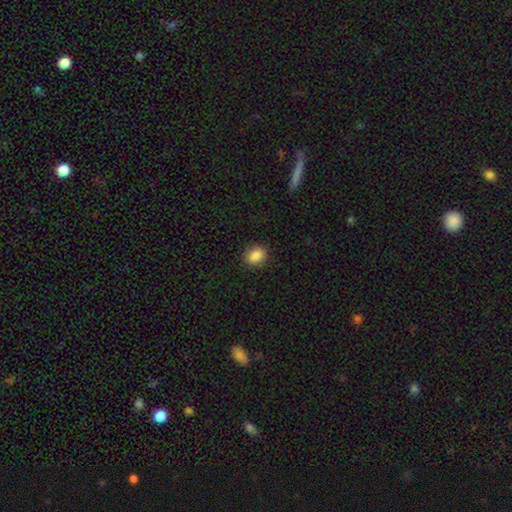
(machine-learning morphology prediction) smooth 86%, star or artifact 9%, featured or disk 4%. Down the decision tree: how rounded — round (51%); merging — none (90%).